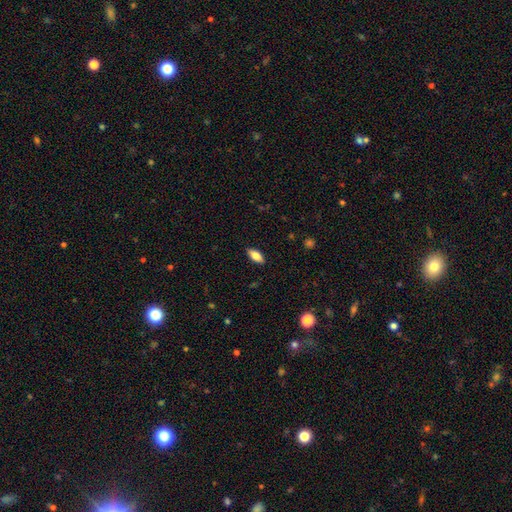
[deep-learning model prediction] Smooth or featured? Predicted: smooth (p=0.79). How rounded? Predicted: in between (p=0.85). Merging? Predicted: none (p=0.88).